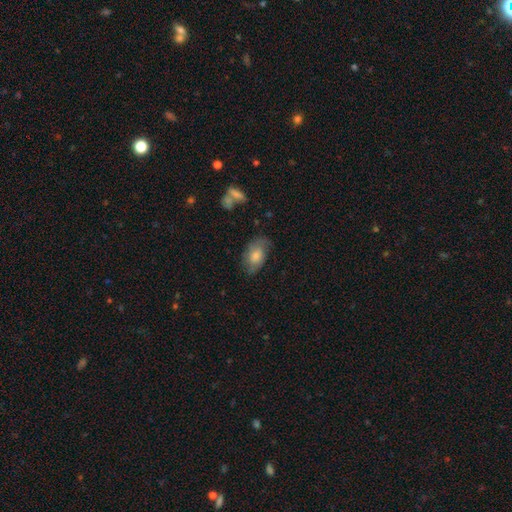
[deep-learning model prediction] smooth-or-featured: smooth: 62% | featured or disk: 31% | star or artifact: 7%
  how-rounded: in between: 90% | round: 8% | cigar-shaped: 2%
  merging: none: 67% | minor disturbance: 24% | major disturbance: 8% | merger: 2%